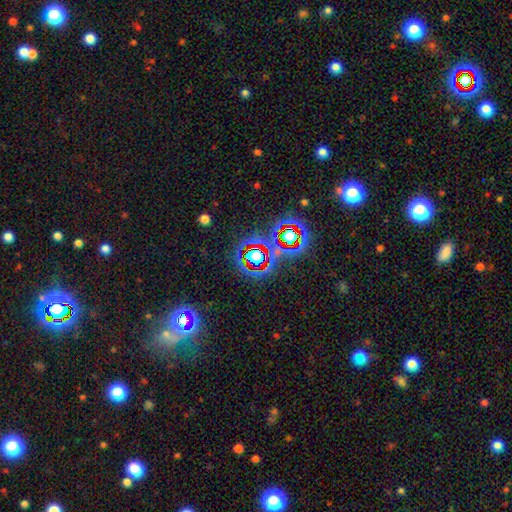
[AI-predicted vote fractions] Smooth or featured: star or artifact — 67% (smooth — 20%)